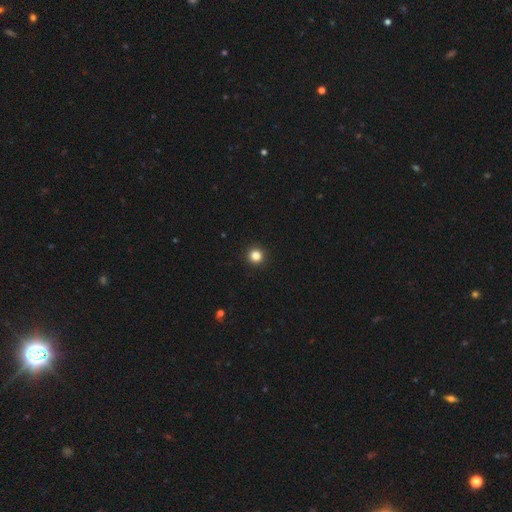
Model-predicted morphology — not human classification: This appears to be a smooth galaxy with no disk features (84%) that is round (95%). Merging: none (94%).